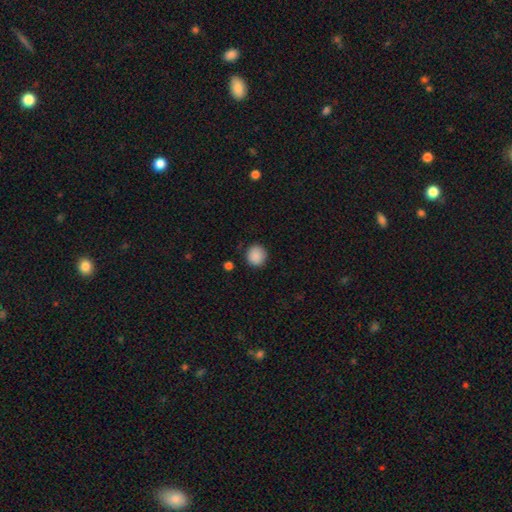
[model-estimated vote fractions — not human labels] Q: Smooth or featured?
A: smooth (89%); runner-up: star or artifact (9%)
Q: How rounded?
A: round (90%); runner-up: in between (9%)
Q: Merging?
A: none (88%); runner-up: minor disturbance (8%)